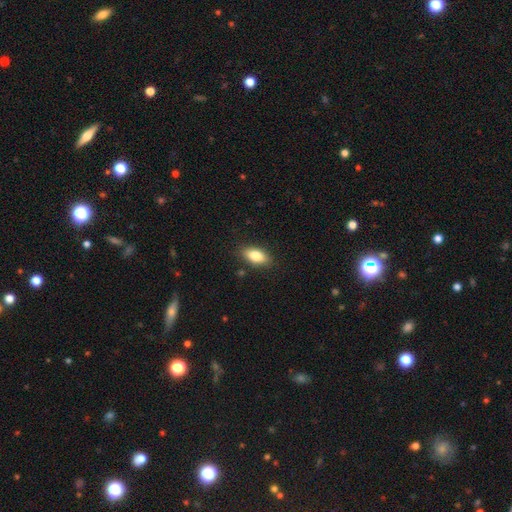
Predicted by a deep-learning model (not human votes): Smooth or featured? smooth (81%)
How rounded? in between (88%)
Merging? none (86%)